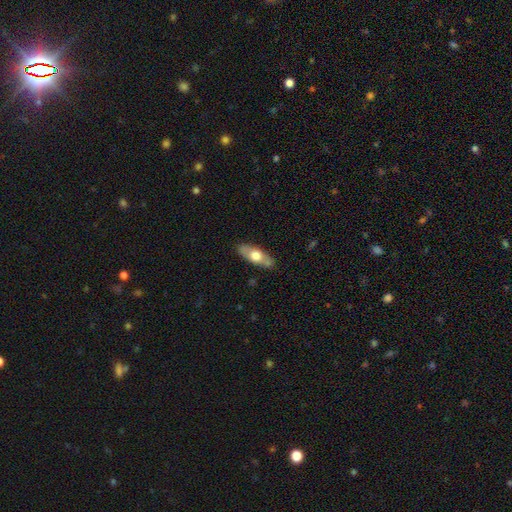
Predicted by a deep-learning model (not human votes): A smooth galaxy with no disk features (52%) that is in between round and cigar-shaped (67%).

Vote fractions:
- Smooth or featured? smooth: 52% / featured or disk: 42% / star or artifact: 5%
- How rounded? in between: 67% / cigar-shaped: 30% / round: 3%
- Merging? none: 84% / minor disturbance: 12% / major disturbance: 3% / merger: 1%